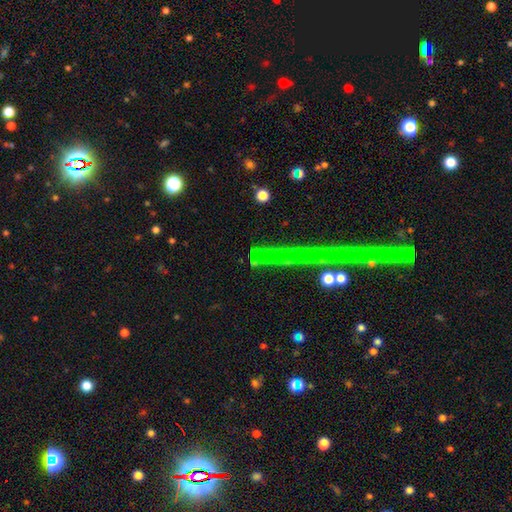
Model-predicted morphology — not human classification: Smooth or featured? star or artifact (65%)